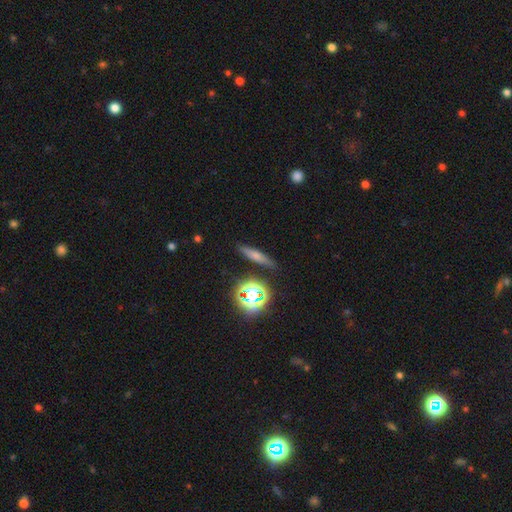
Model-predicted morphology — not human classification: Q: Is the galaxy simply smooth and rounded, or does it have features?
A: smooth — 59%.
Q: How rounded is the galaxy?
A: cigar-shaped — 77%.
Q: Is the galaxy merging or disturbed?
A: none — 85%.